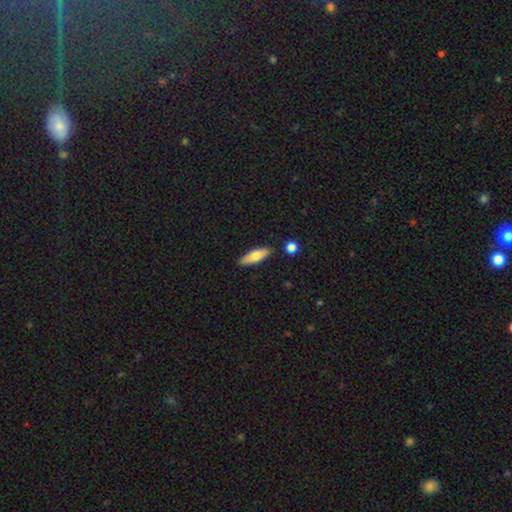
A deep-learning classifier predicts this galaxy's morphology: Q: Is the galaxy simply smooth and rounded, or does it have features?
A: smooth — 70%.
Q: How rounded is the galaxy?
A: cigar-shaped — 51%.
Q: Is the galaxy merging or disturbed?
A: none — 85%.